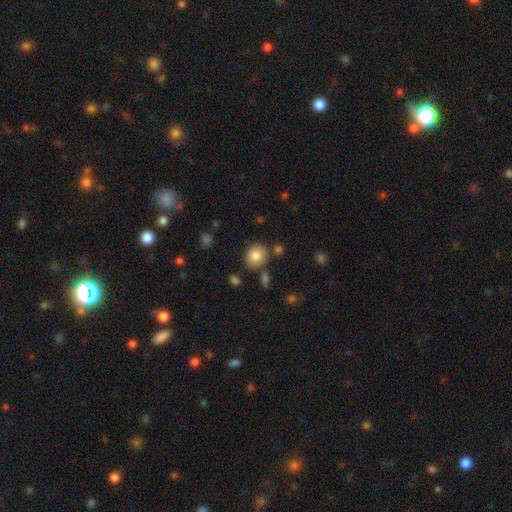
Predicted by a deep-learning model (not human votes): This is clearly a smooth galaxy (83%). How rounded: likely round (77%). Merging: likely none (79%).